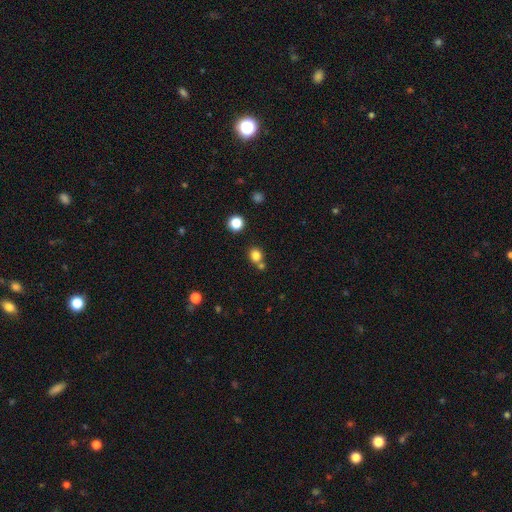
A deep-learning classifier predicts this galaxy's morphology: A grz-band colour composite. It shows a smooth galaxy with no disk features (80%) that is round (84%). Merging: none (65%).